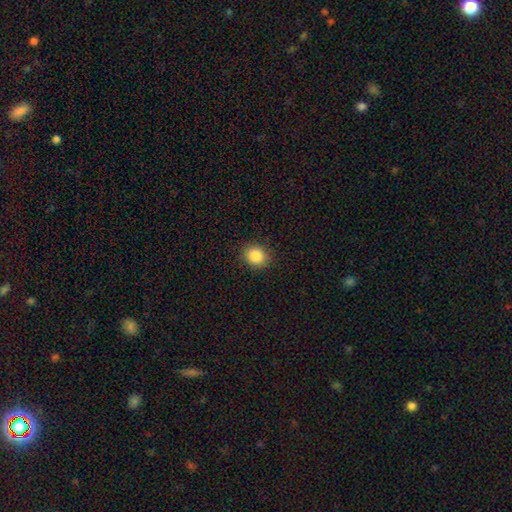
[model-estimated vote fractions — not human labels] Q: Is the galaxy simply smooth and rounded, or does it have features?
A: smooth — 86%.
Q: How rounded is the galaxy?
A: round — 72%.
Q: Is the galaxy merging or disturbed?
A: none — 89%.